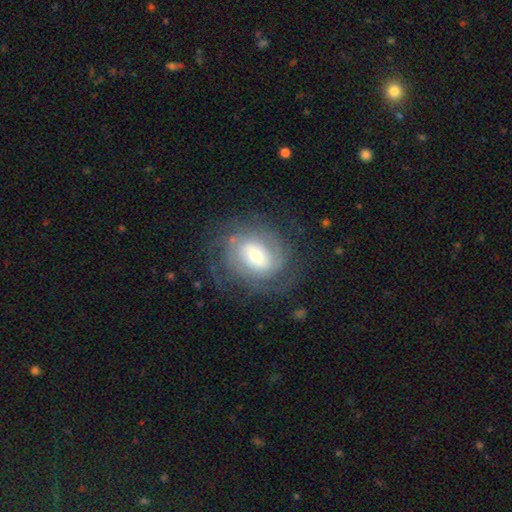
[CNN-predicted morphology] smooth-or-featured: featured or disk: 77% | smooth: 16% | star or artifact: 7%
  disk-edge-on: no: 97% | yes: 3%
    bar: no: 42% | weak: 40% | strong: 17%
    has-spiral-arms: yes: 88% | no: 12%
      spiral-winding: tight: 62% | medium: 27% | loose: 11%
      spiral-arm-count: can't tell: 37% | 2: 36% | 3: 11% | 4: 6% | 1: 6% | more than 4: 5%
    bulge-size: moderate: 52% | small: 32% | large: 13% | dominant: 2% | none: 1%
  merging: none: 71% | minor disturbance: 15% | major disturbance: 12% | merger: 1%